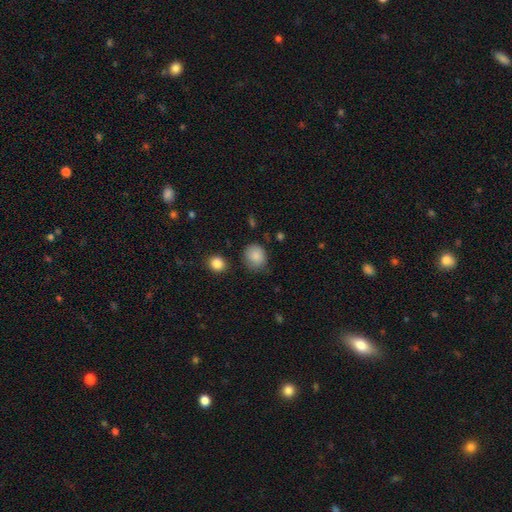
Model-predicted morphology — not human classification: The model was most divided on "merging": none: 69%, minor disturbance: 23%, major disturbance: 5%, merger: 2%. More confident: smooth or featured — smooth (85%); how rounded — round (73%).